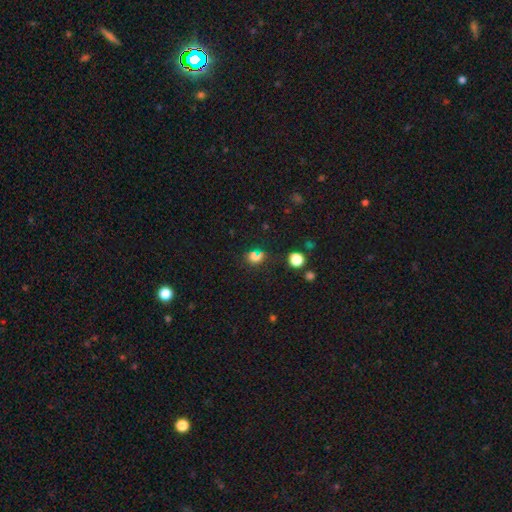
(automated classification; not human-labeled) Smooth or featured: smooth — 70% (star or artifact — 23%)
How rounded: round — 68% (in between — 31%)
Merging: none — 63% (merger — 17%)